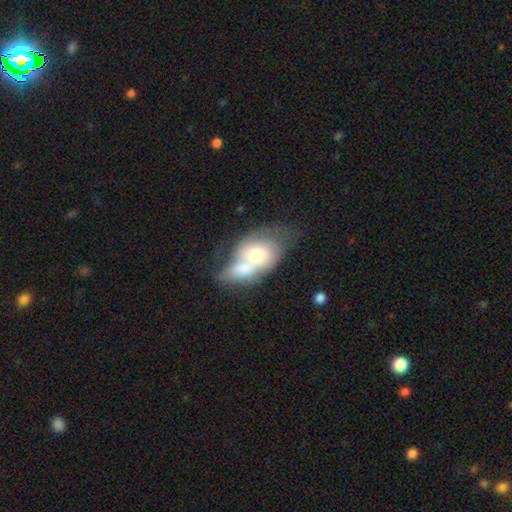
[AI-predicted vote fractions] This is possibly a smooth galaxy (54%). How rounded: likely in between (76%). Merging: likely merger (71%).